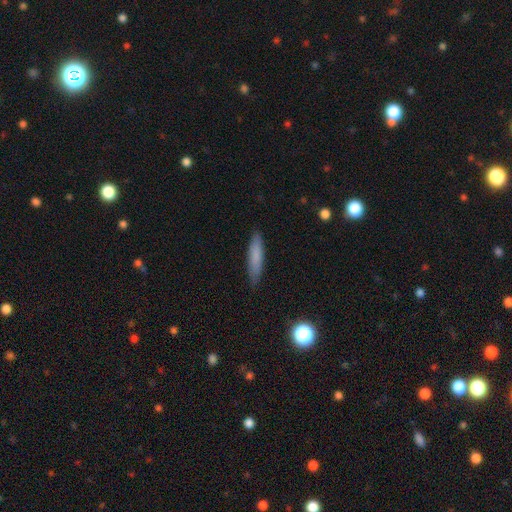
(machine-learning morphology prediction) smooth-or-featured: smooth: 80% | featured or disk: 14% | star or artifact: 7%
  how-rounded: cigar-shaped: 82% | in between: 17% | round: 2%
  merging: none: 86% | minor disturbance: 11% | major disturbance: 2% | merger: 1%